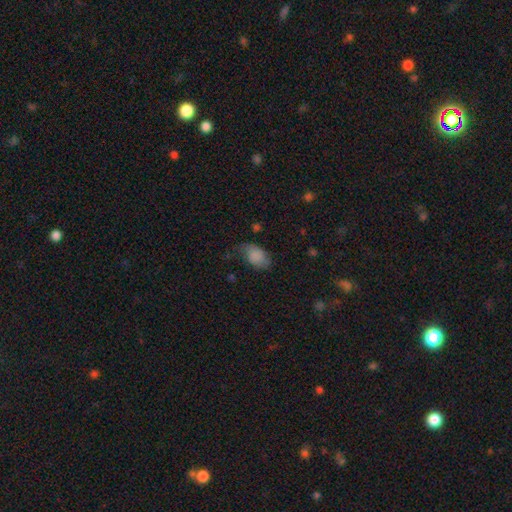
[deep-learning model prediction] This is likely a smooth galaxy (79%). How rounded: clearly in between (87%). Merging: possibly none (53%).